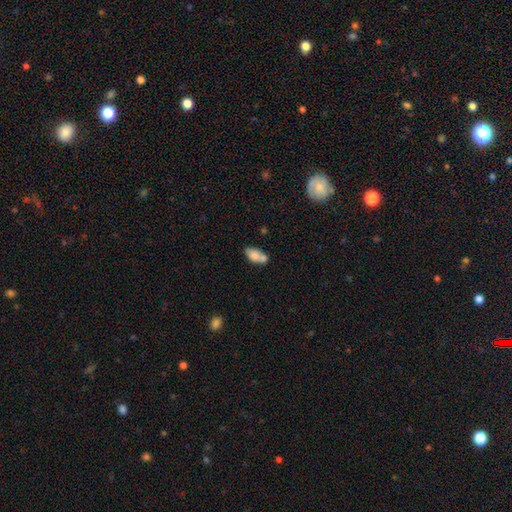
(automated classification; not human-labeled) smooth_or_featured: smooth (p=0.75) [alt: featured or disk p=0.17]
how_rounded: in between (p=0.89) [alt: cigar-shaped p=0.06]
merging: merger (p=0.40) [tied with: none p=0.40]